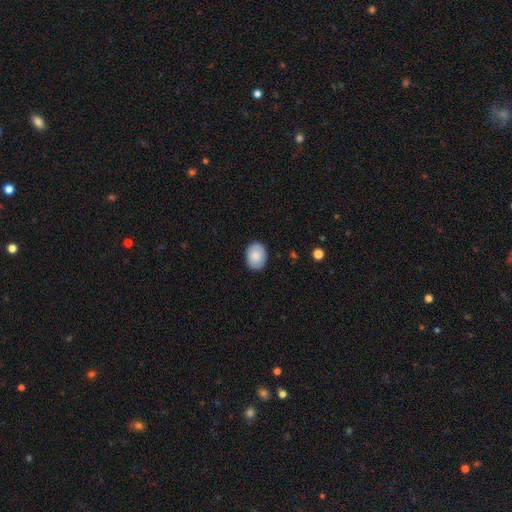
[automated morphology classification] A smooth galaxy with no disk features (84%) that is in between round and cigar-shaped (66%). Merging: none (86%).